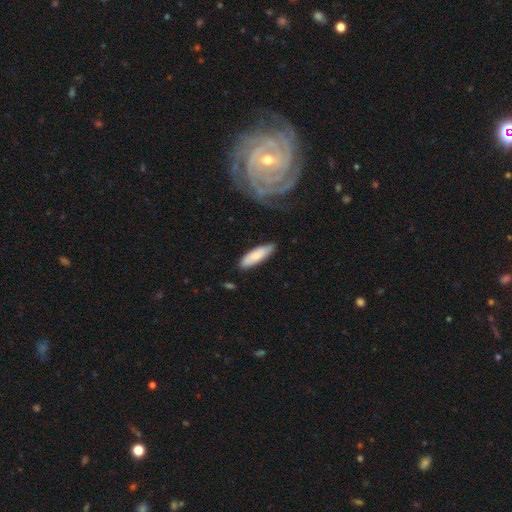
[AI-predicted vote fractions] A smooth galaxy with no disk features (78%) that is cigar-shaped (53%). Merging: none (81%).